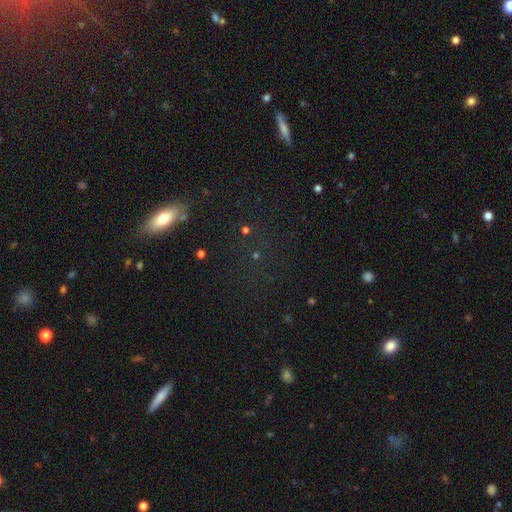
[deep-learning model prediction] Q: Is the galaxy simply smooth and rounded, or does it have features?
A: smooth — 44%.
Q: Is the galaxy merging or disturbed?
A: none — 78%.